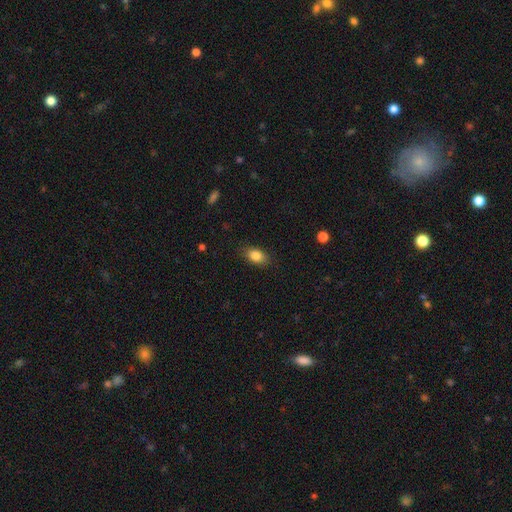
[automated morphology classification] This is clearly a smooth galaxy (86%). How rounded: clearly in between (86%). Merging: clearly none (85%).